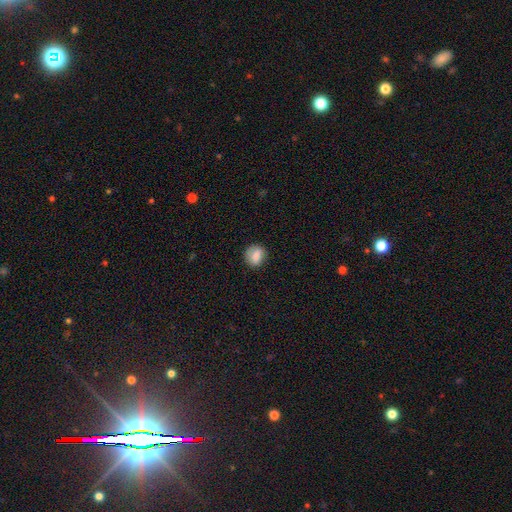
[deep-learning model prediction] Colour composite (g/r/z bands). It shows a smooth galaxy with no disk features (82%) that is round (68%). Merging: none (79%).